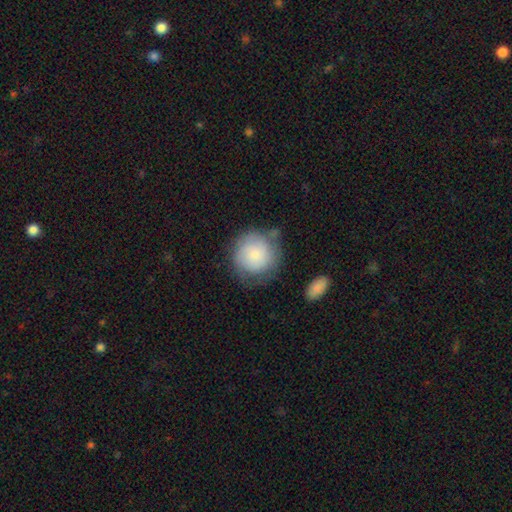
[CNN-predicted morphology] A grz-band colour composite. It shows a smooth galaxy with no disk features (75%) that is round (92%). Merging: none (64%).